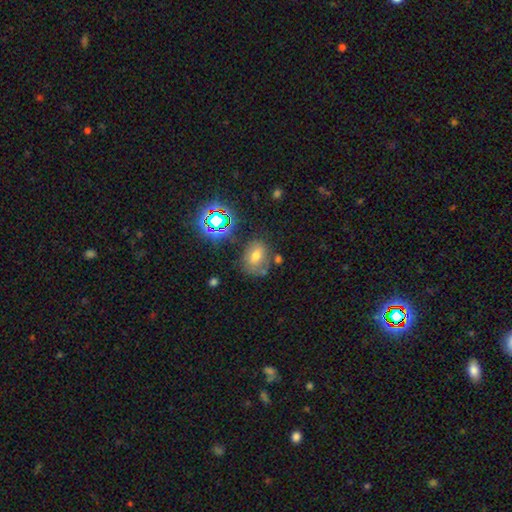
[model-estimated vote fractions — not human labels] This appears to be a smooth galaxy with no disk features (56%) that is in between round and cigar-shaped (58%). Merging: none (63%).